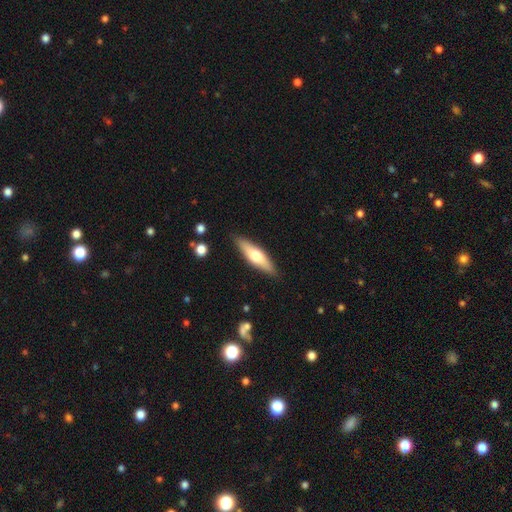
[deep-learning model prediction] Smooth or featured?
  - smooth: 52% *
  - featured or disk: 42%
  - star or artifact: 5%
How rounded?
  - cigar-shaped: 64% *
  - in between: 34%
  - round: 2%
Merging?
  - none: 87% *
  - minor disturbance: 10%
  - major disturbance: 2%
  - merger: 1%